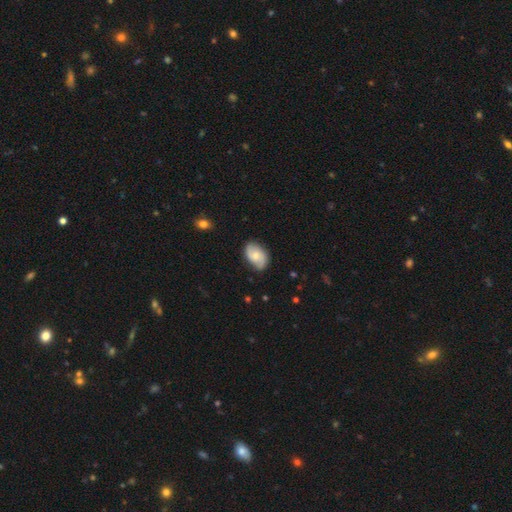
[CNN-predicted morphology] smooth_or_featured: smooth (p=0.50) [alt: featured or disk p=0.43]
how_rounded: in between (p=0.87) [alt: round p=0.12]
merging: none (p=0.74) [alt: minor disturbance p=0.21]